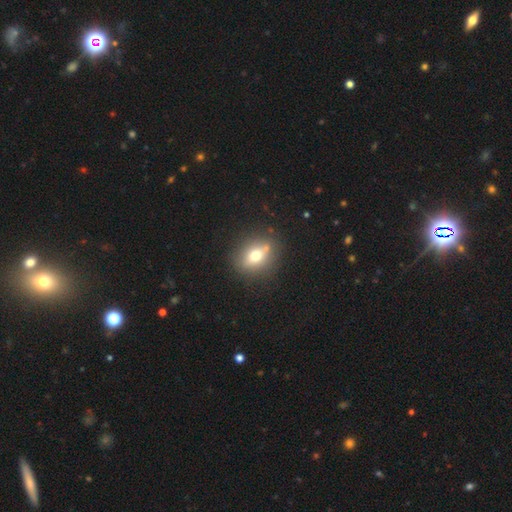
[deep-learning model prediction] This appears to be a smooth galaxy with no disk features (63%) that is round (51%). Merging: none (77%).